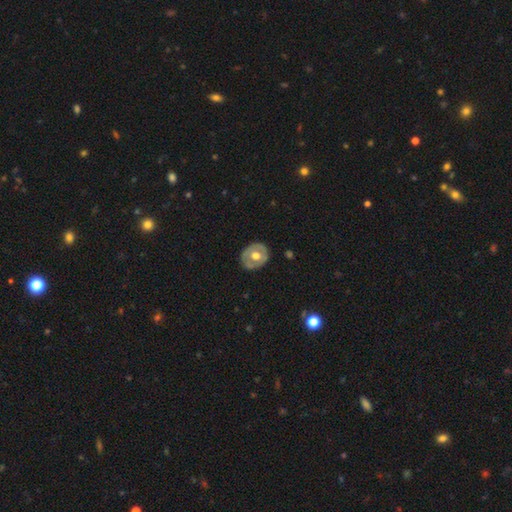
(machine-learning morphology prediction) type=featured or disk (49%); merging=none (80%).